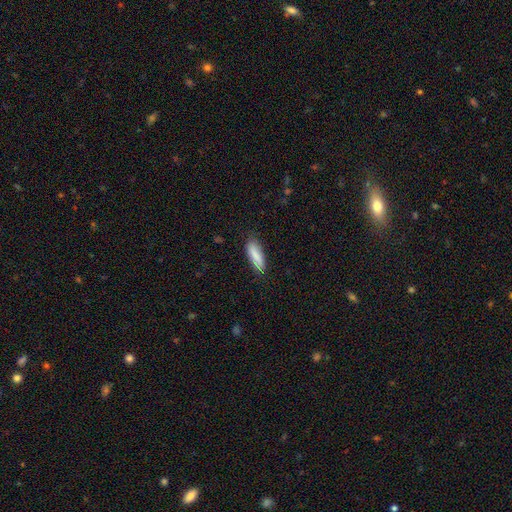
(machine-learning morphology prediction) smooth-or-featured: smooth: 83% | featured or disk: 10% | star or artifact: 6%
  how-rounded: in between: 56% | cigar-shaped: 42% | round: 2%
  merging: none: 77% | minor disturbance: 18% | major disturbance: 4% | merger: 1%